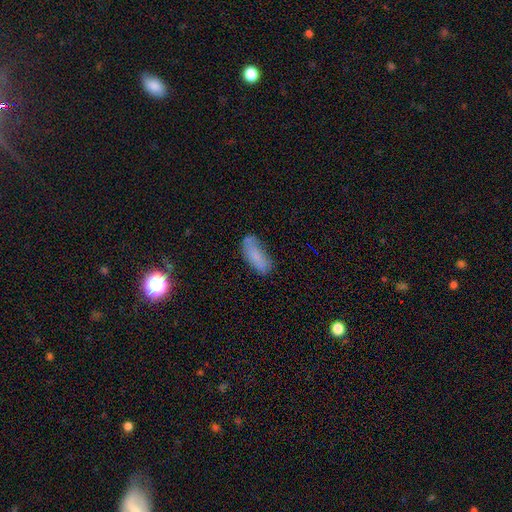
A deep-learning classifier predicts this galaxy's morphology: The model was most divided on "merging": none: 56%, minor disturbance: 29%, major disturbance: 10%, merger: 5%. More confident: smooth or featured — smooth (75%); how rounded — in between (74%).